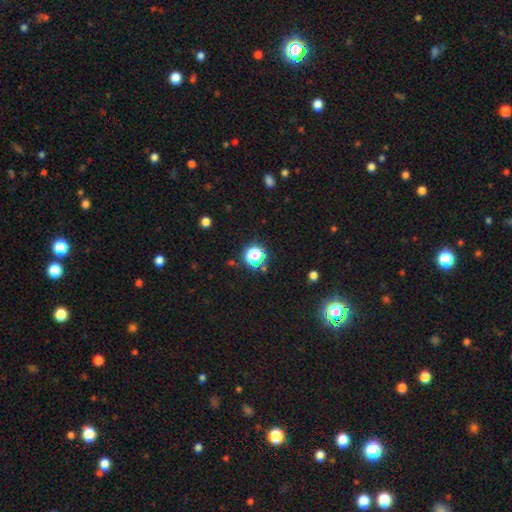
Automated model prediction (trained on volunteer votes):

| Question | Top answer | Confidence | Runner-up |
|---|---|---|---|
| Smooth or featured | star or artifact | 49% | smooth (43%) |